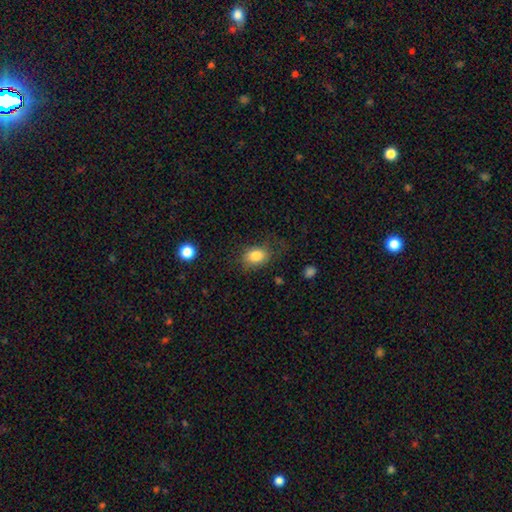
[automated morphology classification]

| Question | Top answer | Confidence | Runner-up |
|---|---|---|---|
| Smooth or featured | smooth | 83% | star or artifact (9%) |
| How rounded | in between | 68% | round (31%) |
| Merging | none | 67% | minor disturbance (21%) |